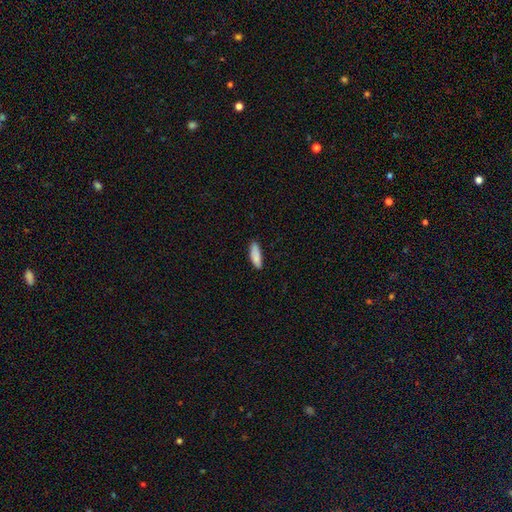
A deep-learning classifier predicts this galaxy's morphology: smooth 87%, featured or disk 7%, star or artifact 6%. Down the decision tree: how rounded — in between (53%); merging — none (82%).